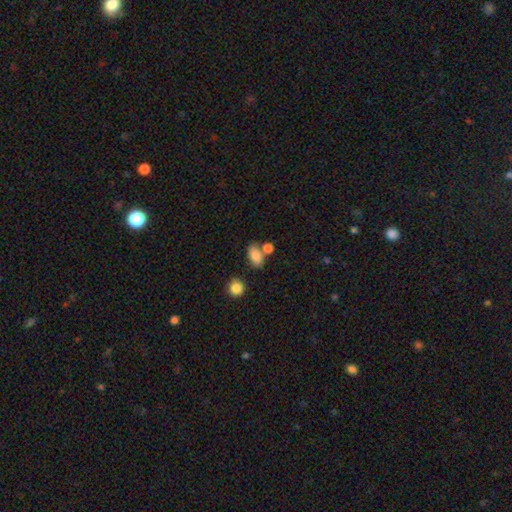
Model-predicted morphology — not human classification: Smooth or featured? smooth (83%)
How rounded? in between (85%)
Merging? none (54%)